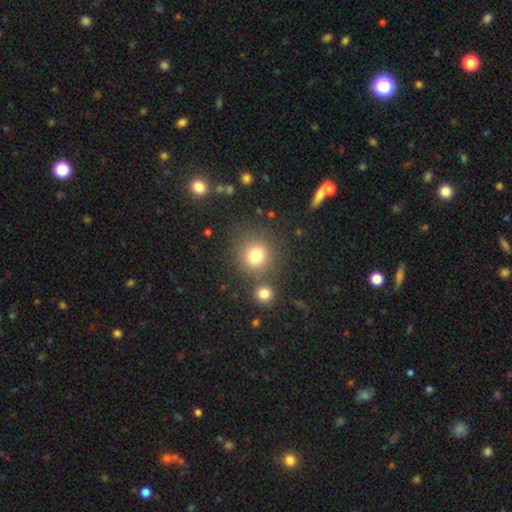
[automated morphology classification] type=smooth (78%); roundness=round (88%); merging=none (73%).